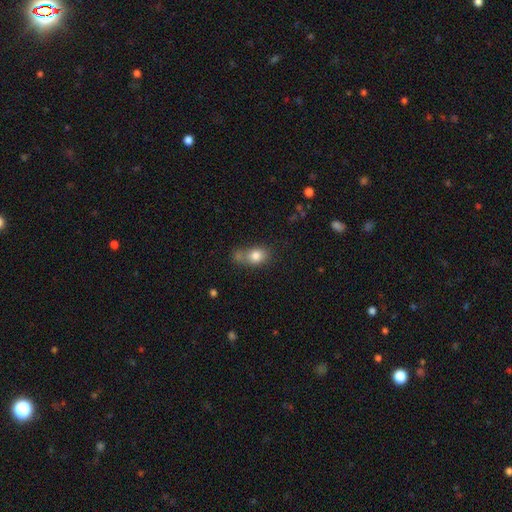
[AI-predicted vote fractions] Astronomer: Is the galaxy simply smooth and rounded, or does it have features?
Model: smooth — 81%.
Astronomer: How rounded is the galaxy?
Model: in between — 62%.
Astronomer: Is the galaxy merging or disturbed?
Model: none — 41% (runner-up: merger, 27%).